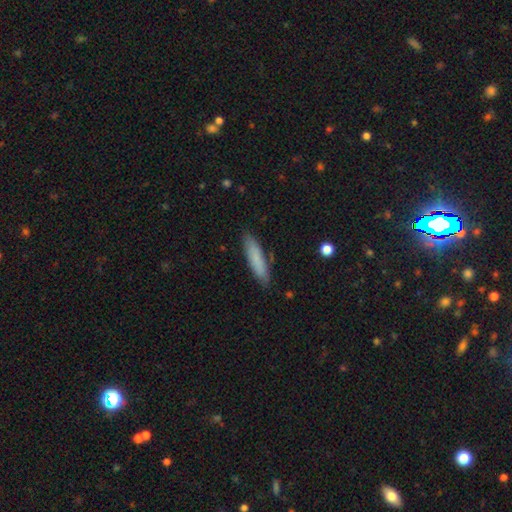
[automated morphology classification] This appears to be a smooth galaxy with no disk features (81%) that is cigar-shaped (84%). Merging: none (87%).